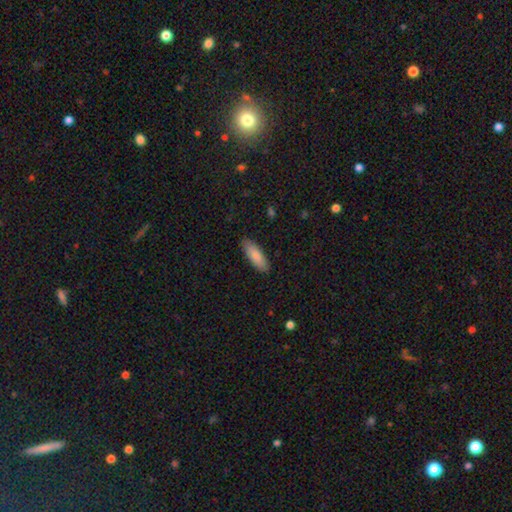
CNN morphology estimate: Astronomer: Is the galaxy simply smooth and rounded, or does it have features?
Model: smooth — 85%.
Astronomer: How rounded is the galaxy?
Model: in between — 63%.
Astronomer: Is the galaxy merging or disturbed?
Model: none — 87%.